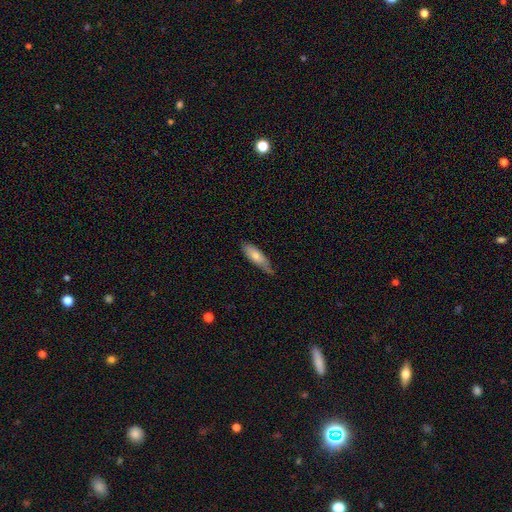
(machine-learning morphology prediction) This is likely a smooth galaxy (74%). How rounded: possibly in between (54%). Merging: possibly none (59%).